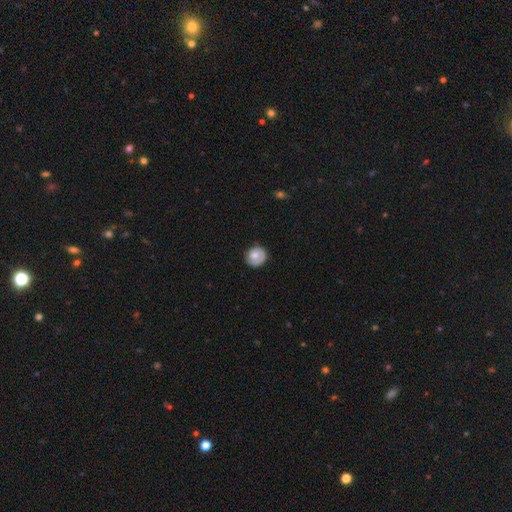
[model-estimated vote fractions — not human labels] smooth-or-featured: smooth: 69% | featured or disk: 24% | star or artifact: 7%
  how-rounded: round: 81% | in between: 18% | cigar-shaped: 1%
  merging: none: 73% | minor disturbance: 20% | major disturbance: 5% | merger: 1%